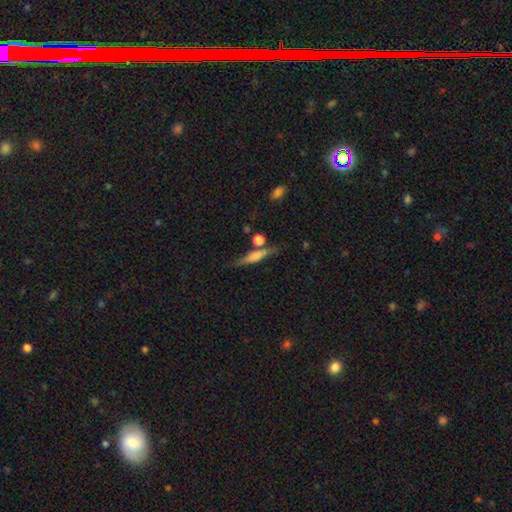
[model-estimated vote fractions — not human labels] The model was most divided on "smooth or featured": smooth: 54%, featured or disk: 38%, star or artifact: 8%. More confident: how rounded — cigar-shaped (81%); merging — none (71%).